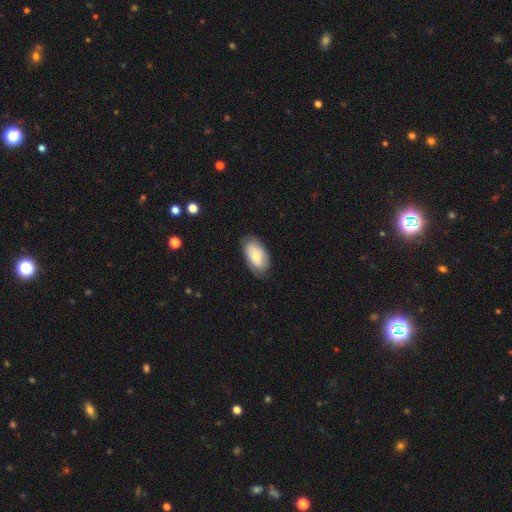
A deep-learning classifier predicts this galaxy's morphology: smooth-or-featured: smooth: 66% | featured or disk: 28% | star or artifact: 6%
  how-rounded: in between: 94% | round: 4% | cigar-shaped: 3%
  merging: none: 76% | minor disturbance: 19% | major disturbance: 4% | merger: 1%